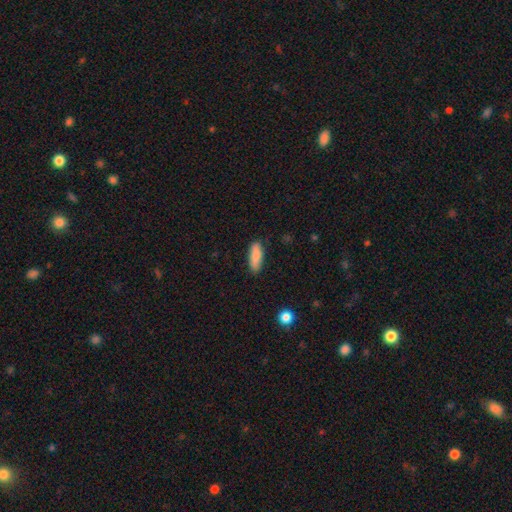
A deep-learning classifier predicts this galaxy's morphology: The model was most divided on "how rounded": in between: 61%, cigar-shaped: 38%, round: 2%. More confident: smooth or featured — smooth (87%); merging — none (83%).